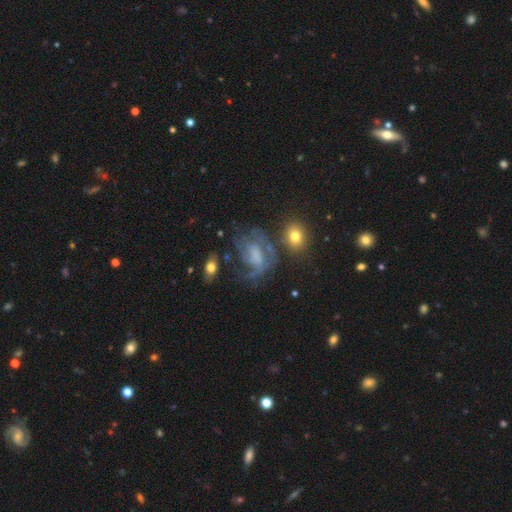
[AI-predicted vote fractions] A featured or disk galaxy (64%) with no bar (49%), spiral arms (72%) and no central bulge (41%). Merging: none (42%).